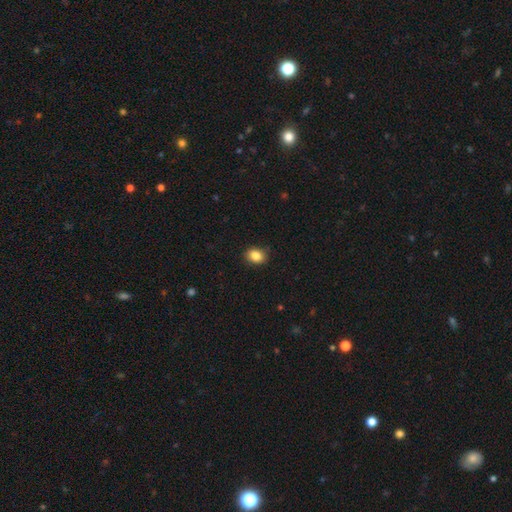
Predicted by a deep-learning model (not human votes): Q: Smooth or featured?
A: smooth (86%); runner-up: star or artifact (9%)
Q: How rounded?
A: in between (55%); runner-up: round (44%)
Q: Merging?
A: none (88%); runner-up: minor disturbance (9%)